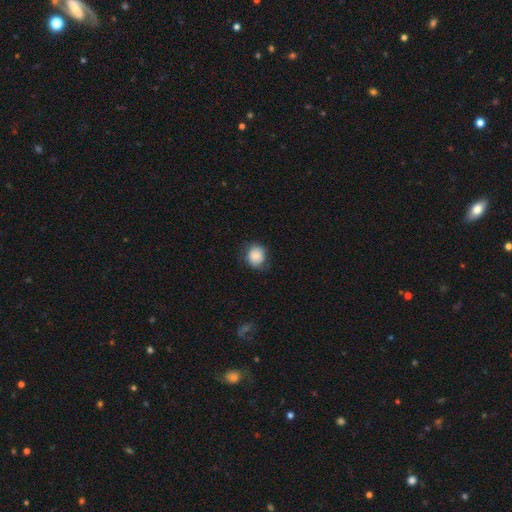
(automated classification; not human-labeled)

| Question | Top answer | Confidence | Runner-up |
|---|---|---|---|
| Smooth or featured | smooth | 83% | featured or disk (9%) |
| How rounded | round | 69% | in between (30%) |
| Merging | none | 70% | minor disturbance (22%) |